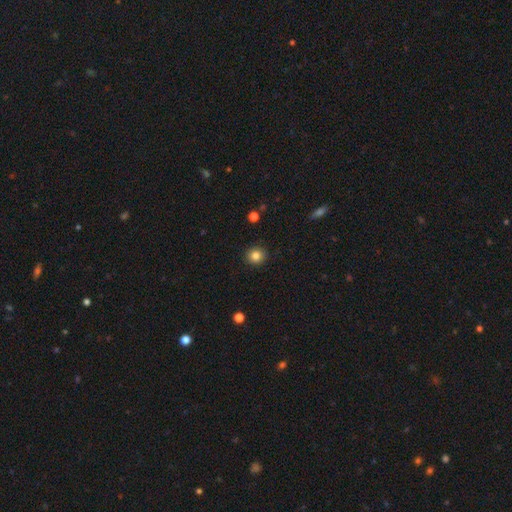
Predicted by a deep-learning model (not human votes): The model was most divided on "smooth or featured": smooth: 84%, star or artifact: 11%, featured or disk: 6%. More confident: merging — none (92%); how rounded — round (89%).